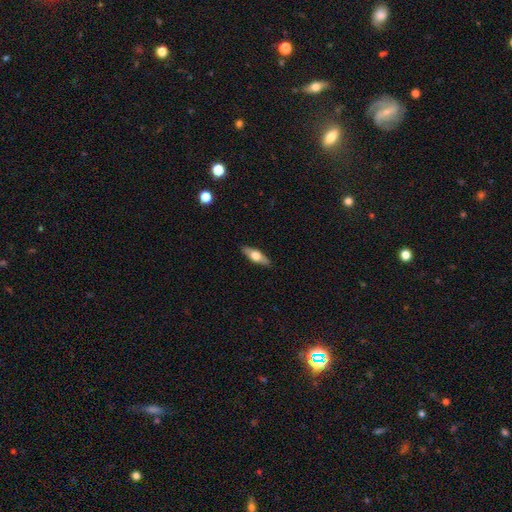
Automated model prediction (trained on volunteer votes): A featured or disk galaxy (48%).

Vote fractions:
- Smooth or featured? featured or disk: 48% / smooth: 47% / star or artifact: 6%
- Merging? none: 88% / minor disturbance: 9% / major disturbance: 2% / merger: 1%